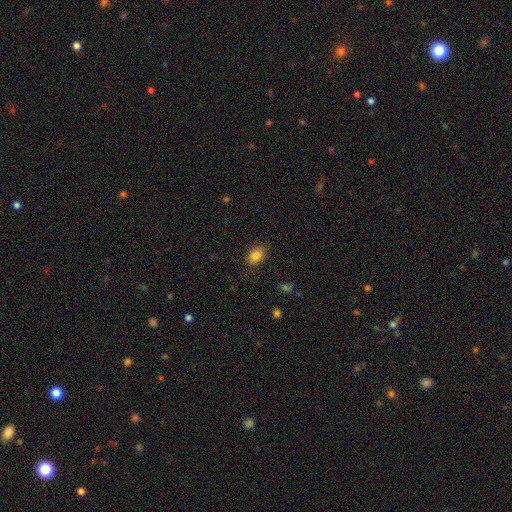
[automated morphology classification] Smooth or featured? smooth (86%)
How rounded? in between (82%)
Merging? none (83%)